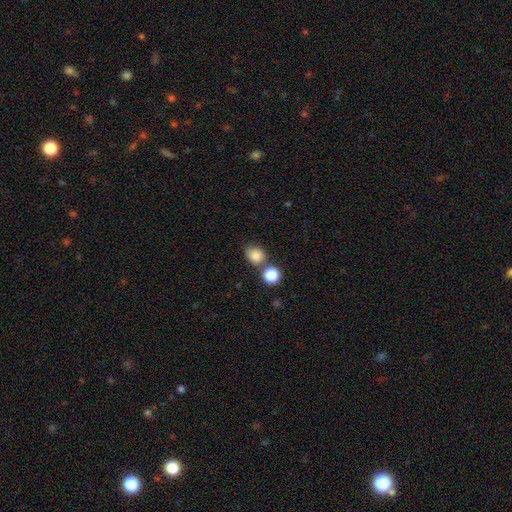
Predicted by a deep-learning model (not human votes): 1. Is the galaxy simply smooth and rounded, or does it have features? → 83% smooth, 11% star or artifact, 6% featured or disk.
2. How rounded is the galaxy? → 53% round, 46% in between, 1% cigar-shaped.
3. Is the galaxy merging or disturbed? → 58% none, 23% merger, 15% minor disturbance, 5% major disturbance.